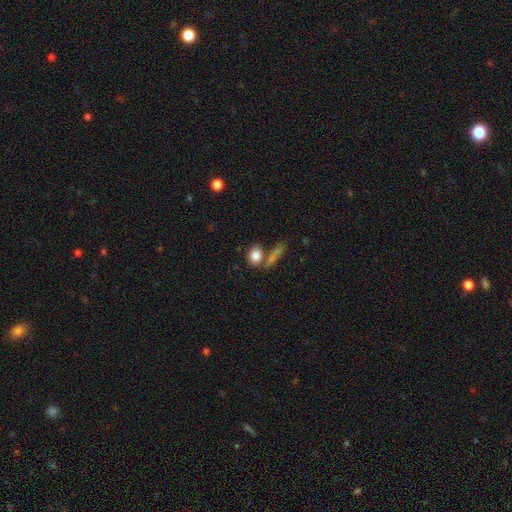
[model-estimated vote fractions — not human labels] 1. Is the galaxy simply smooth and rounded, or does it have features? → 81% smooth, 10% featured or disk, 9% star or artifact.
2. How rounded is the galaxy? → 48% round, 47% in between, 5% cigar-shaped.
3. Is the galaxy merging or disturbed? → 57% none, 25% merger, 12% minor disturbance, 6% major disturbance.